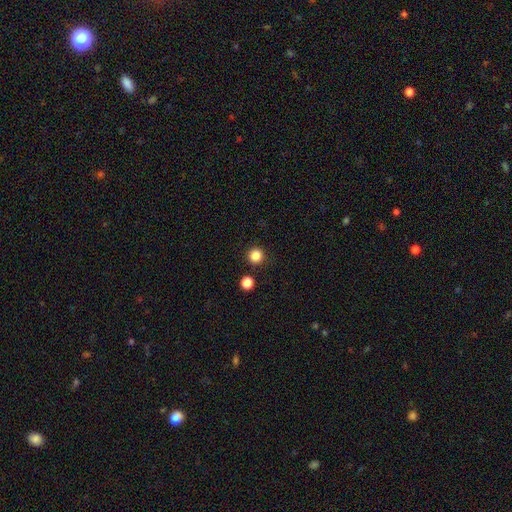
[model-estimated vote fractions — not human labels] Overall: smooth (84%). How rounded: round (96%). Merging: none (90%).